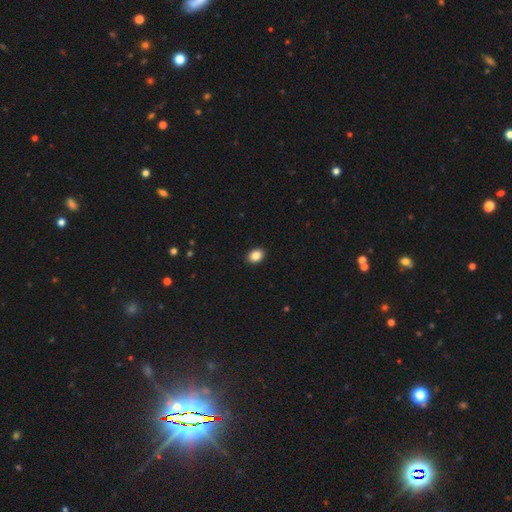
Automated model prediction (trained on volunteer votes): This is clearly a smooth galaxy (87%). How rounded: likely in between (68%). Merging: clearly none (91%).